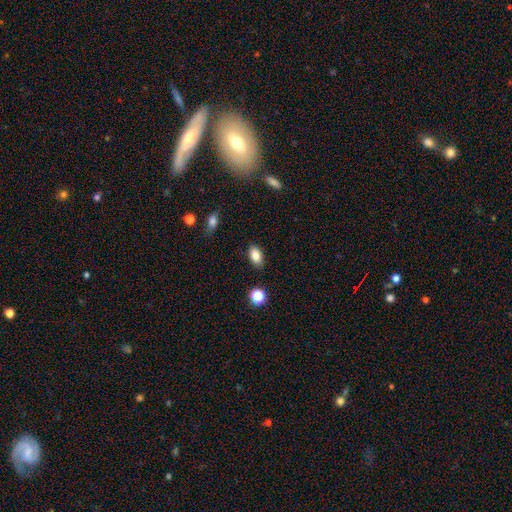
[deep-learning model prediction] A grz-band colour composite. It shows a smooth galaxy with no disk features (83%) that is in between round and cigar-shaped (88%). Merging: none (85%).